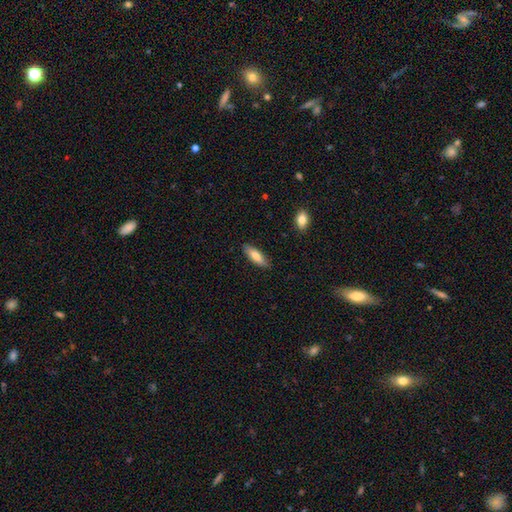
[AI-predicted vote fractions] smooth-or-featured: smooth: 76% | featured or disk: 18% | star or artifact: 6%
  how-rounded: in between: 54% | cigar-shaped: 44% | round: 2%
  merging: none: 87% | minor disturbance: 10% | major disturbance: 2% | merger: 1%